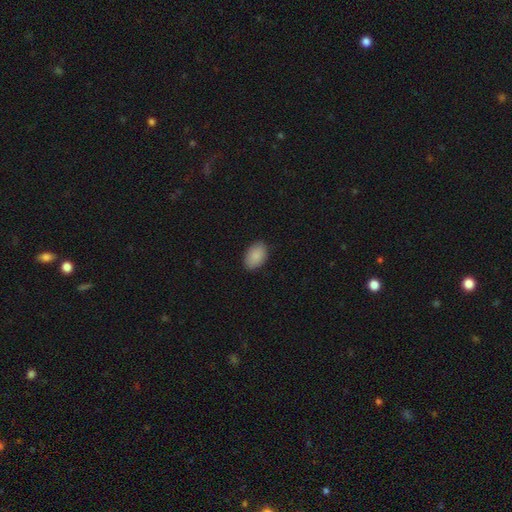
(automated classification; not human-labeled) Smooth or featured? Predicted: smooth (p=0.89). How rounded? Predicted: in between (p=0.89). Merging? Predicted: none (p=0.87).